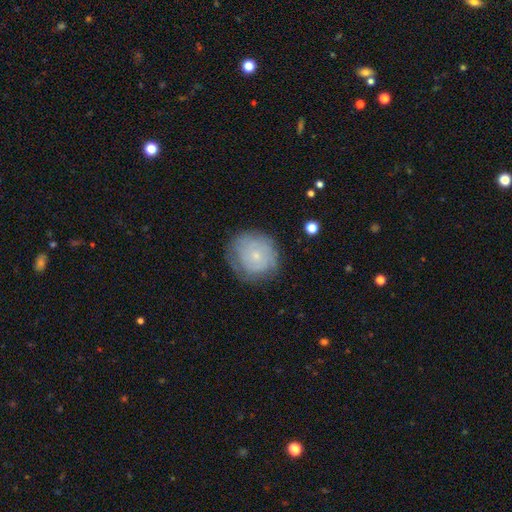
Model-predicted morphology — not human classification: A featured or disk galaxy (51%). Merging: none (73%).